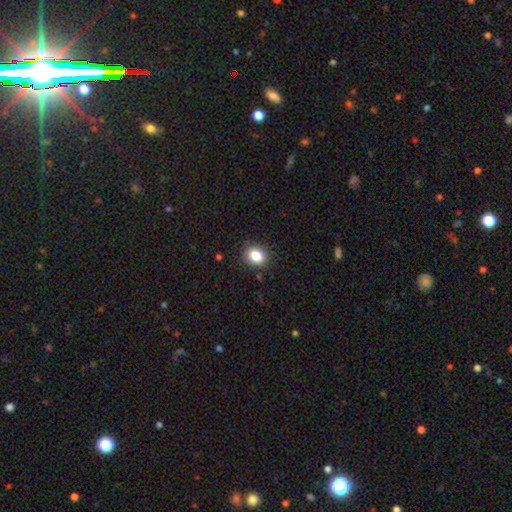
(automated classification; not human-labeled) This is clearly a smooth galaxy (84%). How rounded: possibly round (50%, tied with in between). Merging: clearly none (87%).